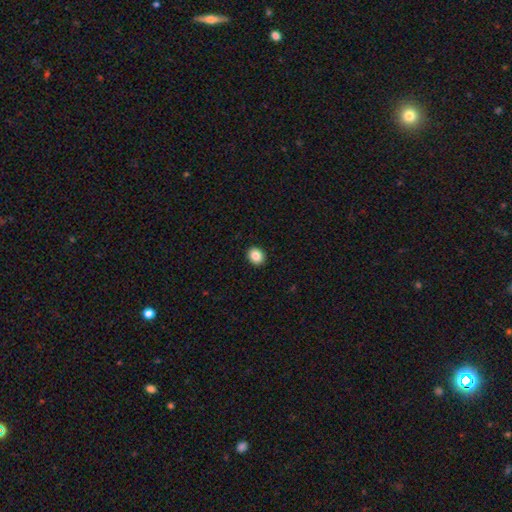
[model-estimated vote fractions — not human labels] A smooth galaxy with no disk features (87%) that is round (63%). Merging: none (92%).